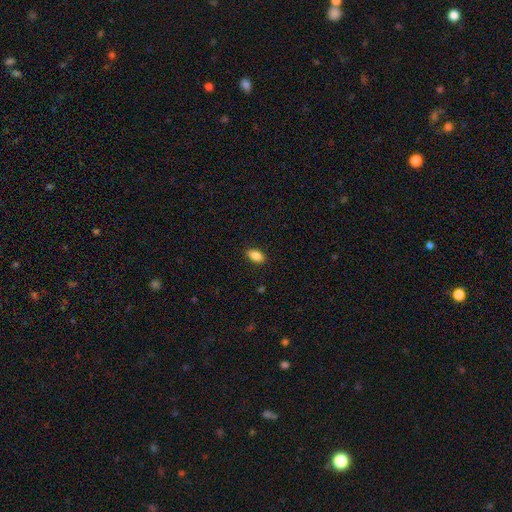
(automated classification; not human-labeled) Smooth or featured?
  - smooth: 87% *
  - star or artifact: 8%
  - featured or disk: 5%
How rounded?
  - in between: 90% *
  - cigar-shaped: 6%
  - round: 4%
Merging?
  - none: 88% *
  - minor disturbance: 9%
  - major disturbance: 2%
  - merger: 1%